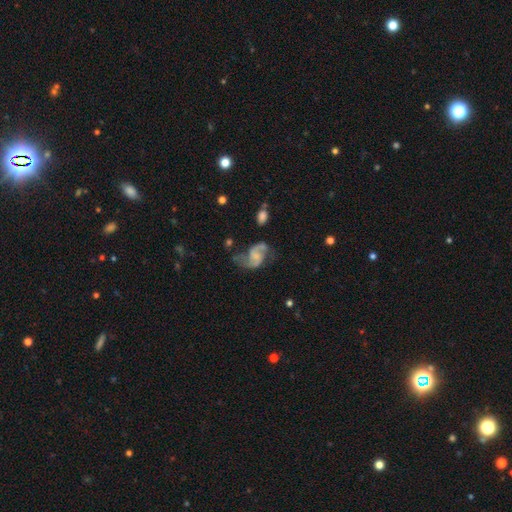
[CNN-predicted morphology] Smooth or featured? featured or disk (80%)
Edge-on disk? no (98%)
Bar? no (51%)
Spiral arms? yes (93%)
Spiral winding? loose (55%)
Spiral arm count? 2 (90%)
Bulge size? none (53%)
Merging? none (50%)